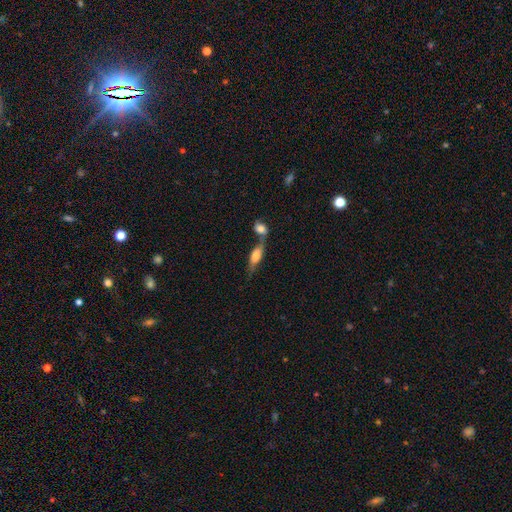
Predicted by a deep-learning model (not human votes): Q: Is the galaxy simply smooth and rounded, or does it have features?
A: smooth — 59%.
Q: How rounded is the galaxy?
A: in between — 65%.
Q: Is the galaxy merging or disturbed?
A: merger — 51%.